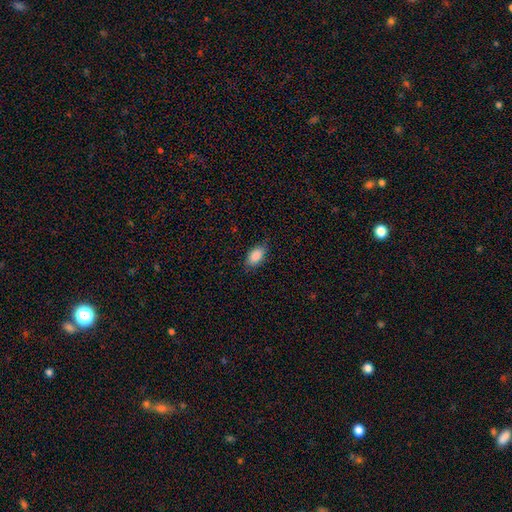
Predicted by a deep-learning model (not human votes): This appears to be a smooth galaxy with no disk features (88%) that is in between round and cigar-shaped (92%). Merging: none (80%).